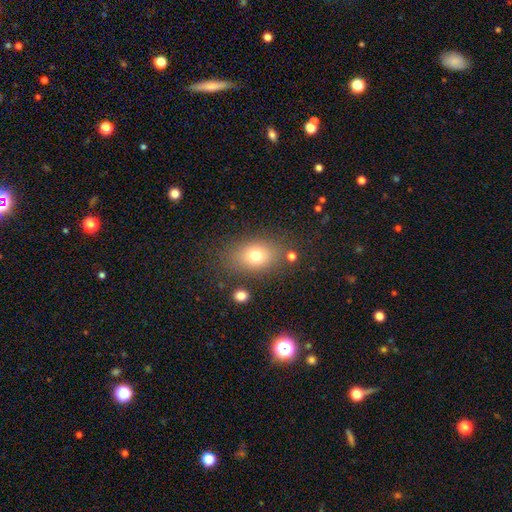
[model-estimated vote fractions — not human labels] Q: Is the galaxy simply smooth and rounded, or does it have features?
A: smooth — 75%.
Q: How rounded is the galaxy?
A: in between — 71%.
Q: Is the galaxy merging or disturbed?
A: none — 78%.